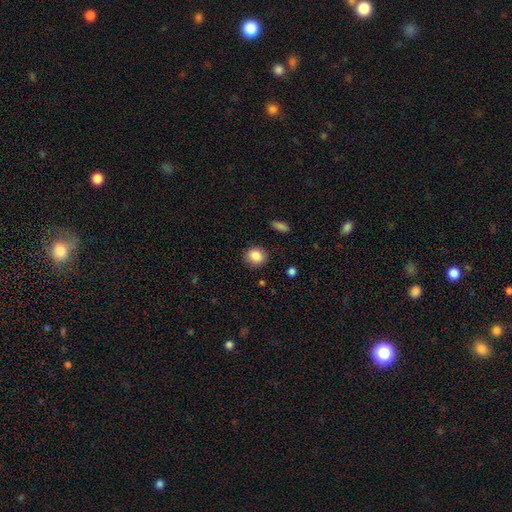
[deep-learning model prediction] Smooth or featured: smooth — 86% (star or artifact — 9%)
How rounded: round — 74% (in between — 25%)
Merging: none — 87% (minor disturbance — 9%)